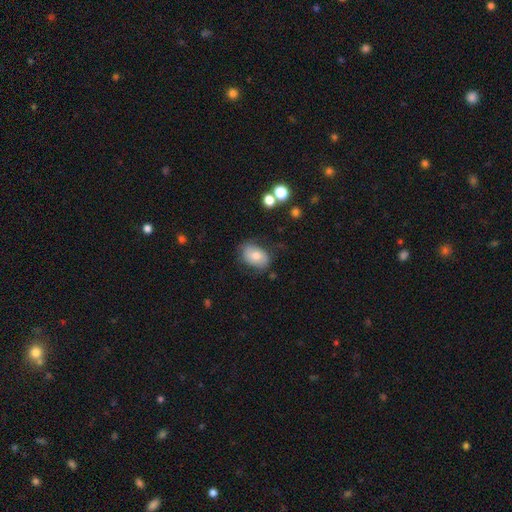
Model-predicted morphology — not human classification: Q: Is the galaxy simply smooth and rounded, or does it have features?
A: smooth — 69%.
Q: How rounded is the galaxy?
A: in between — 82%.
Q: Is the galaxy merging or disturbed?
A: none — 69%.